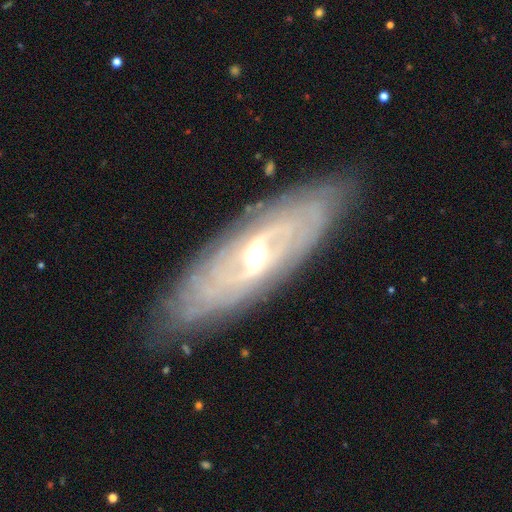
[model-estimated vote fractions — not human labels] Smooth or featured? Predicted: featured or disk (p=0.83). Edge-on disk? Predicted: no (p=0.80). Bar? Predicted: weak (p=0.45). Spiral arms? Predicted: yes (p=0.89). Spiral winding? Predicted: tight (p=0.71). Spiral arm count? Predicted: can't tell (p=0.54). Bulge size? Predicted: moderate (p=0.58). Merging? Predicted: none (p=0.83).